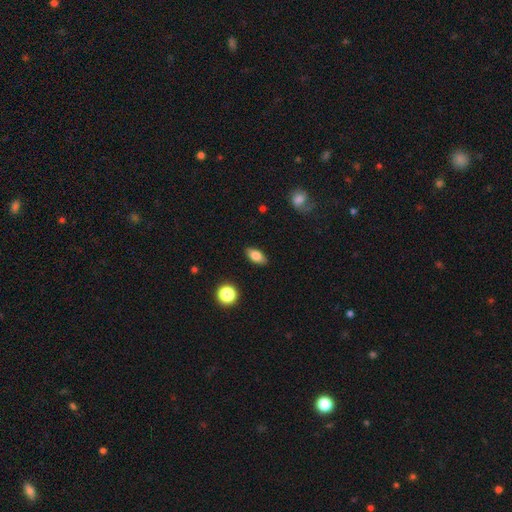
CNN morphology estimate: type=smooth (80%); roundness=in between (87%); merging=none (88%).